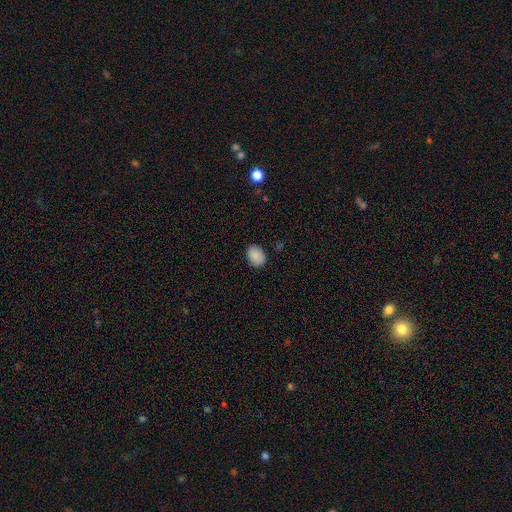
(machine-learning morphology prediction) This appears to be a smooth galaxy with no disk features (89%) that is in between round and cigar-shaped (76%). Merging: none (85%).